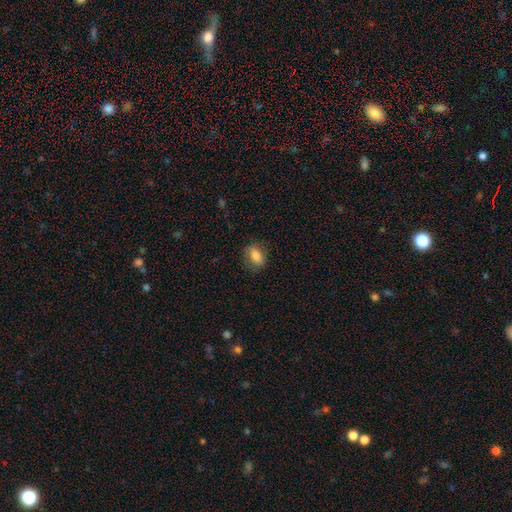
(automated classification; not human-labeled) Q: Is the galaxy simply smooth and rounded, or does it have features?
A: smooth — 77%.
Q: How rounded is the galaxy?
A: in between — 83%.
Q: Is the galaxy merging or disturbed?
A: none — 73%.